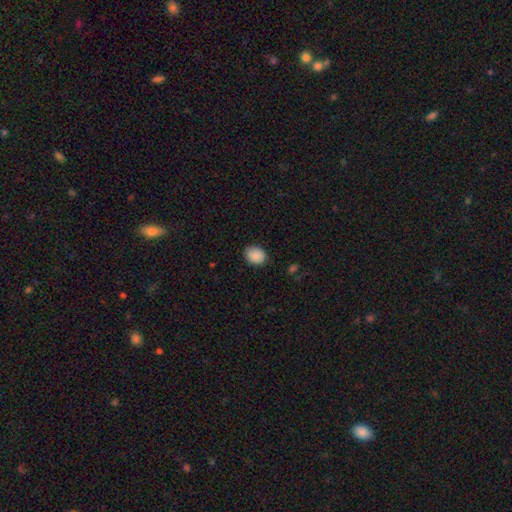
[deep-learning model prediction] Smooth or featured? Predicted: smooth (p=0.89). How rounded? Predicted: in between (p=0.54). Merging? Predicted: none (p=0.83).